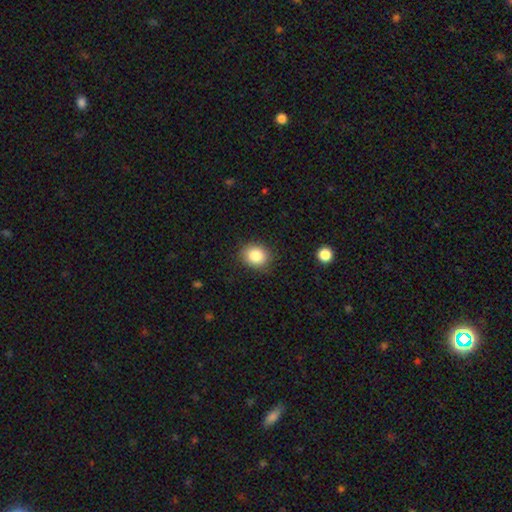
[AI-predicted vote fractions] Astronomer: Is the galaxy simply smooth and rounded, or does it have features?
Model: smooth — 84%.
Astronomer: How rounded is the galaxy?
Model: round — 64%.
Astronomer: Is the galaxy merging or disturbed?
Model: none — 86%.